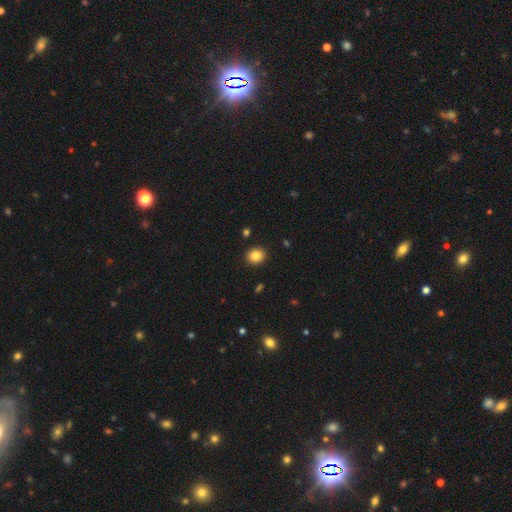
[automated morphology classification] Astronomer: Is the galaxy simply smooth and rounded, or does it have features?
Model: smooth — 84%.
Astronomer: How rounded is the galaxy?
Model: round — 79%.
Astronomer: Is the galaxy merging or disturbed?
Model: none — 92%.